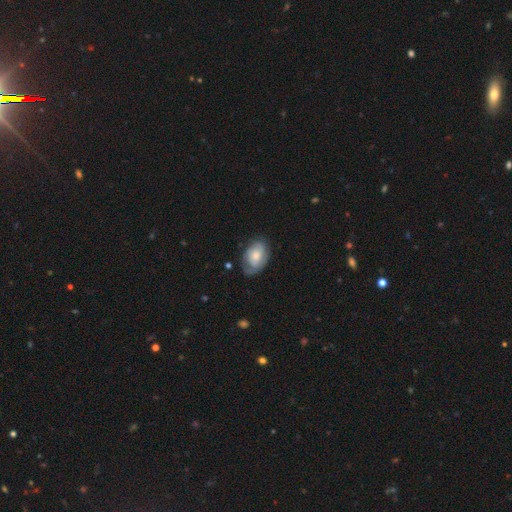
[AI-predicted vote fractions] A smooth galaxy with no disk features (51%) that is in between round and cigar-shaped (86%). Merging: none (59%).